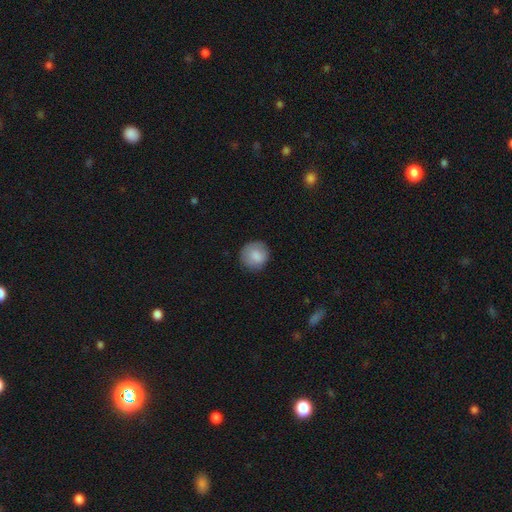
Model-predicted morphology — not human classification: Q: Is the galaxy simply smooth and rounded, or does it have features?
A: smooth — 83%.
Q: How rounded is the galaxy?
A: round — 91%.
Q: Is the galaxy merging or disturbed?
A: none — 83%.